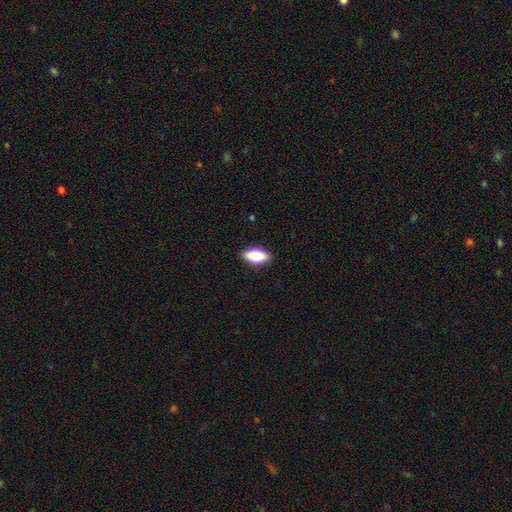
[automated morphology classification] Q: Smooth or featured?
A: smooth (83%); runner-up: featured or disk (11%)
Q: How rounded?
A: in between (89%); runner-up: cigar-shaped (8%)
Q: Merging?
A: none (88%); runner-up: minor disturbance (9%)